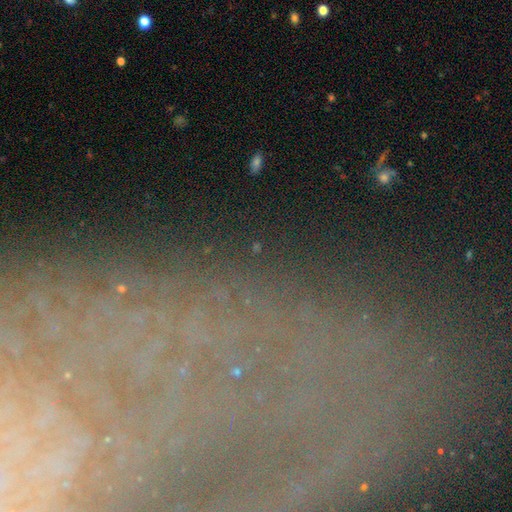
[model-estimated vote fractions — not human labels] Smooth or featured?
  - star or artifact: 46% *
  - featured or disk: 37%
  - smooth: 17%